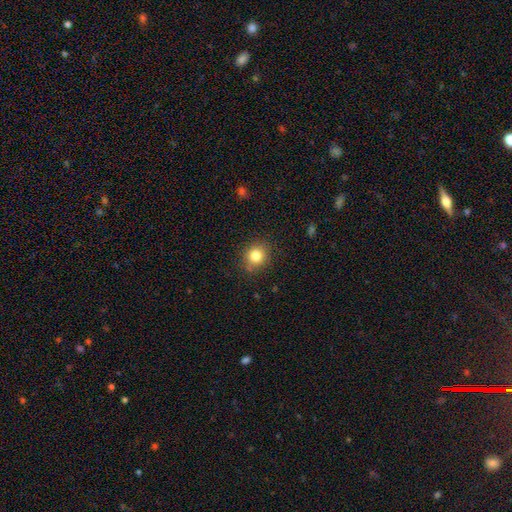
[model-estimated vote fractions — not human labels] Smooth or featured? Predicted: smooth (p=0.82). How rounded? Predicted: round (p=0.83). Merging? Predicted: none (p=0.86).